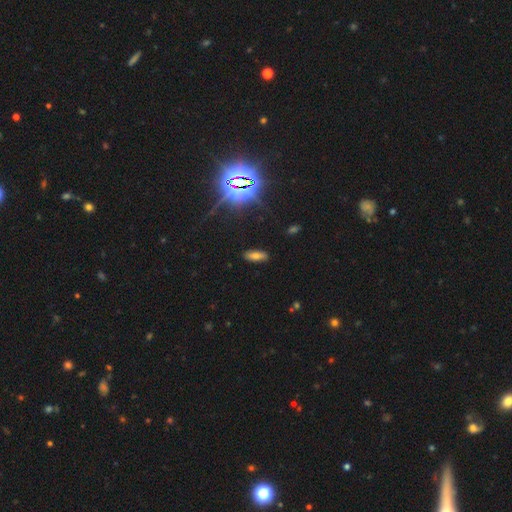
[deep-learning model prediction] A smooth galaxy with no disk features (64%) that is in between round and cigar-shaped (82%).

Vote fractions:
- Smooth or featured? smooth: 64% / star or artifact: 23% / featured or disk: 14%
- How rounded? in between: 82% / cigar-shaped: 14% / round: 4%
- Merging? none: 88% / minor disturbance: 8% / major disturbance: 2% / merger: 1%